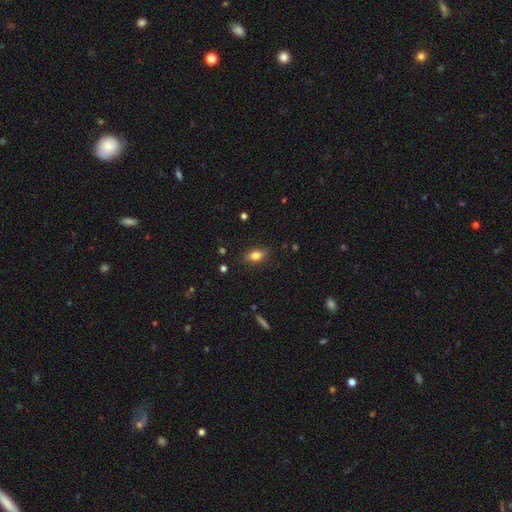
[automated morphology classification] Smooth or featured? smooth (80%)
How rounded? in between (85%)
Merging? none (85%)